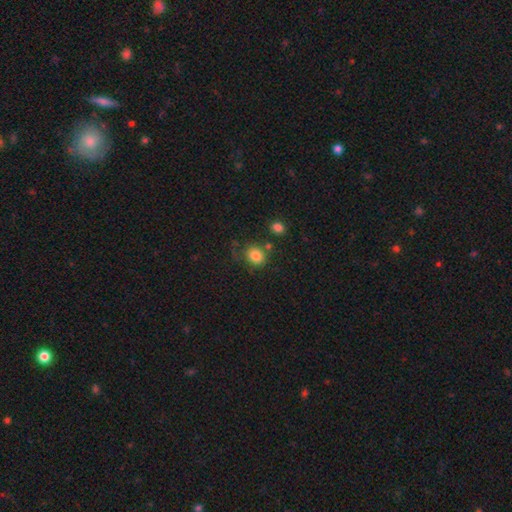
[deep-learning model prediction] Smooth or featured? smooth (83%)
How rounded? round (71%)
Merging? none (66%)